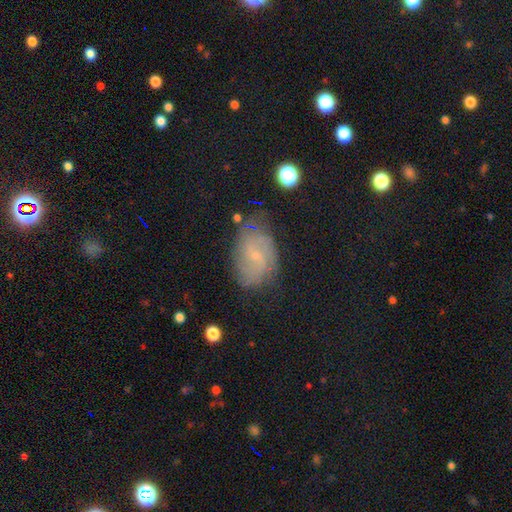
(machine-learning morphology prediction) This is possibly a featured or disk galaxy (60%). It is clearly not viewed edge-on (96%). Bar: possibly weak (49%). Spiral arm pattern: clearly yes (86%). Central bulge: likely small (79%). Merging: likely none (66%).